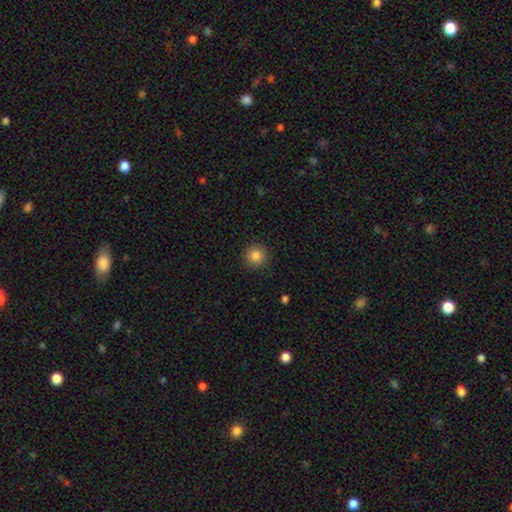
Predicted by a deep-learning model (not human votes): Morphology: type=smooth (84%); roundness=round (94%); merging=none (90%).